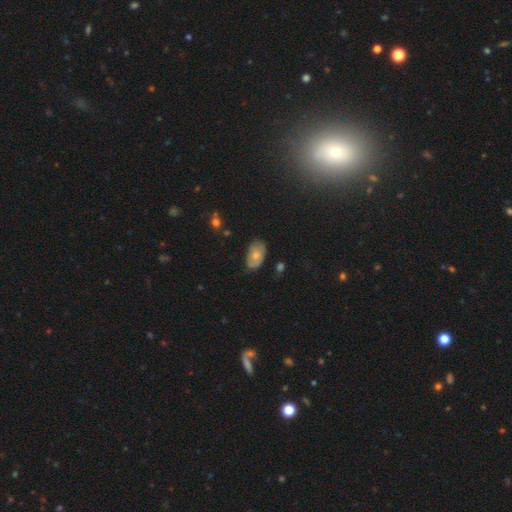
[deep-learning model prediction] This appears to be a smooth galaxy with no disk features (62%) that is in between round and cigar-shaped (90%). Merging: none (63%).